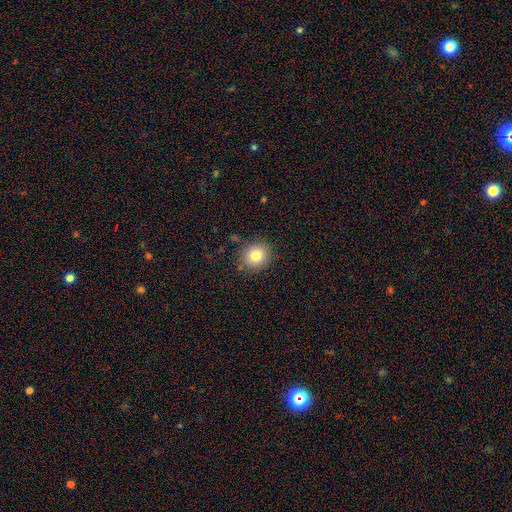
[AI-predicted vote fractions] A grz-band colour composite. It shows a smooth galaxy with no disk features (80%) that is round (85%). Merging: none (86%).